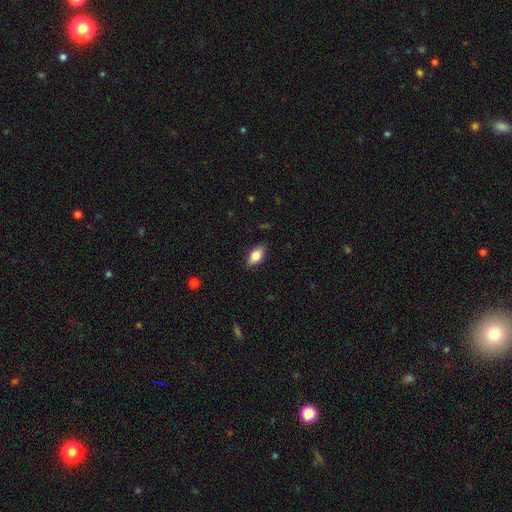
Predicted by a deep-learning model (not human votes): smooth 81%, featured or disk 12%, star or artifact 7%. Down the decision tree: how rounded — in between (90%); merging — none (85%).